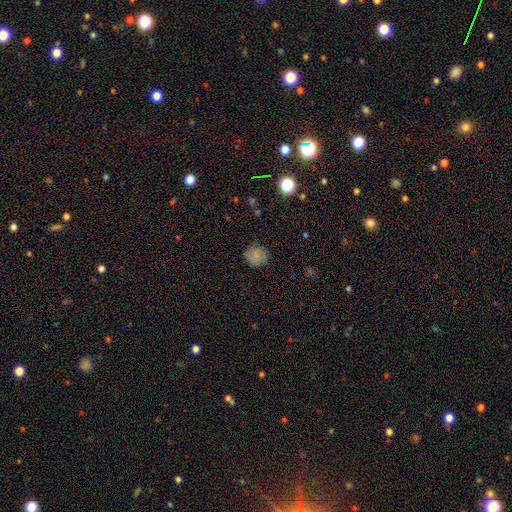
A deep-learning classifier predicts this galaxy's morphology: Smooth or featured?
  - smooth: 80% *
  - star or artifact: 13%
  - featured or disk: 7%
How rounded?
  - round: 87% *
  - in between: 11%
  - cigar-shaped: 1%
Merging?
  - none: 82% *
  - minor disturbance: 13%
  - major disturbance: 3%
  - merger: 1%